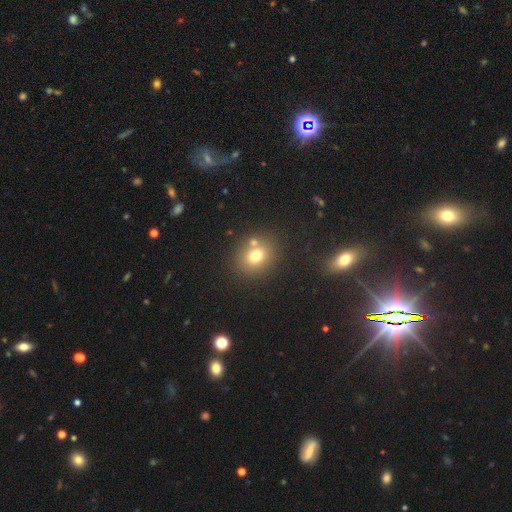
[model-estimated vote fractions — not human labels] A smooth galaxy with no disk features (72%) that is round (71%). Merging: none (69%).